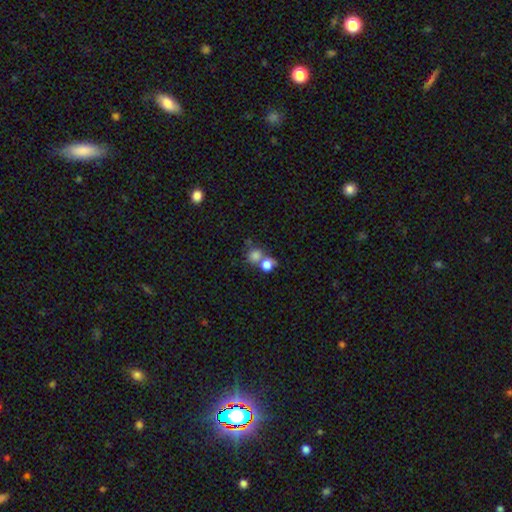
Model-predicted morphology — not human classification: type=smooth (79%); roundness=round (82%); merging=merger (46%).